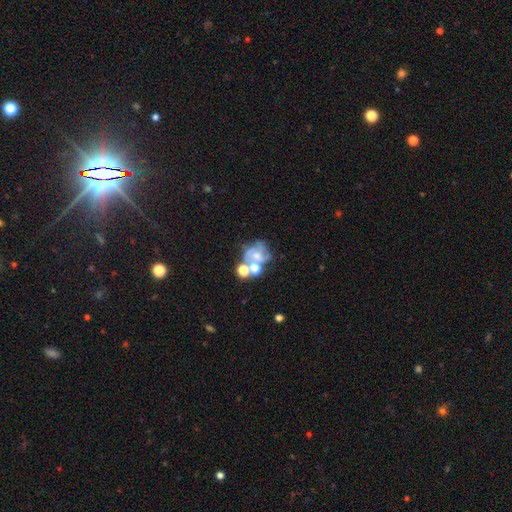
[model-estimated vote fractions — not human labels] smooth-or-featured: featured or disk: 57% | smooth: 27% | star or artifact: 16%
  disk-edge-on: no: 98% | yes: 2%
    bar: no: 73% | weak: 21% | strong: 6%
    has-spiral-arms: yes: 64% | no: 36%
    bulge-size: moderate: 38% | small: 35% | none: 18% | large: 7% | dominant: 2%
  merging: merger: 34% | none: 33% | major disturbance: 18% | minor disturbance: 15%